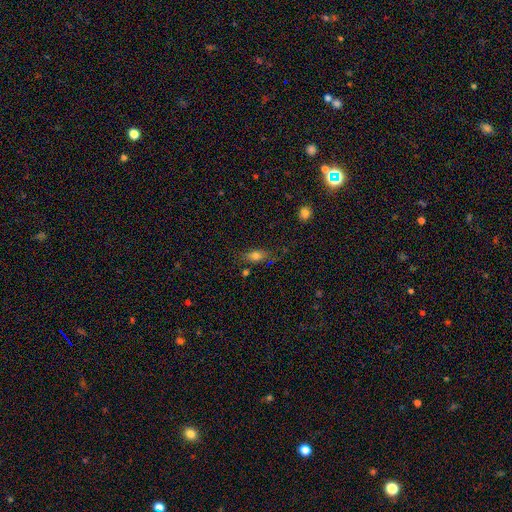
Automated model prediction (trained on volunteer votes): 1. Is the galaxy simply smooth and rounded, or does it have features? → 73% smooth, 15% featured or disk, 12% star or artifact.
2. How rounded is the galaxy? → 78% in between, 12% cigar-shaped, 10% round.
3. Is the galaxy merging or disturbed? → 73% none, 19% minor disturbance, 5% major disturbance, 4% merger.